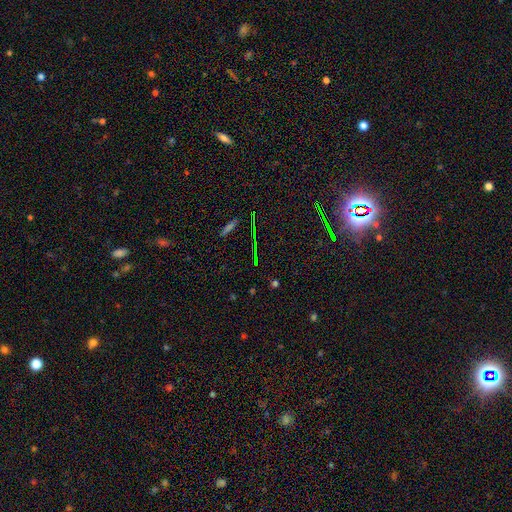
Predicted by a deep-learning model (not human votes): This is likely a star or artifact rather than a galaxy (69%).